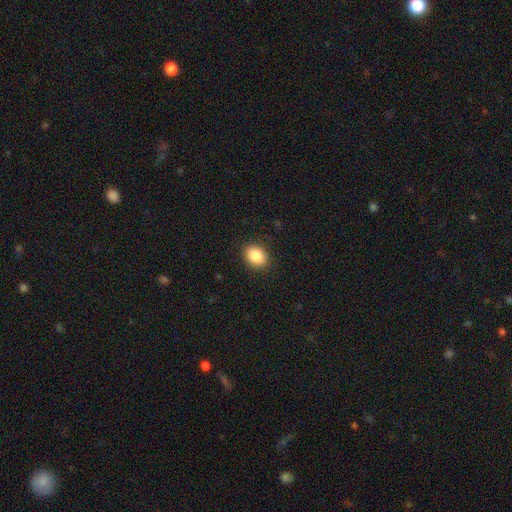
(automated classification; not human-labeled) Overall: smooth (88%). How rounded: in between (68%; round 31%). Merging: none (89%).